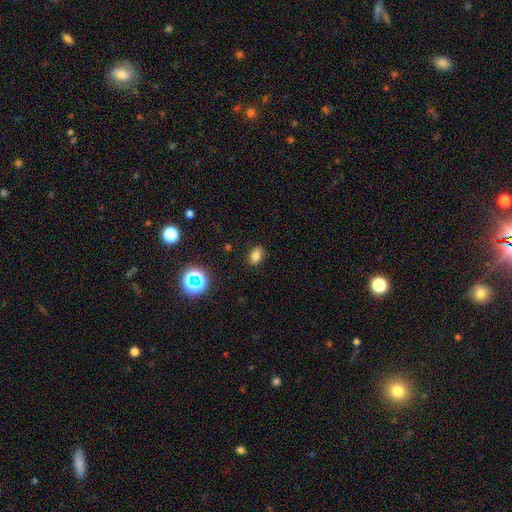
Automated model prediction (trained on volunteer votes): This is likely a smooth galaxy (76%). How rounded: likely in between (79%). Merging: clearly none (86%).